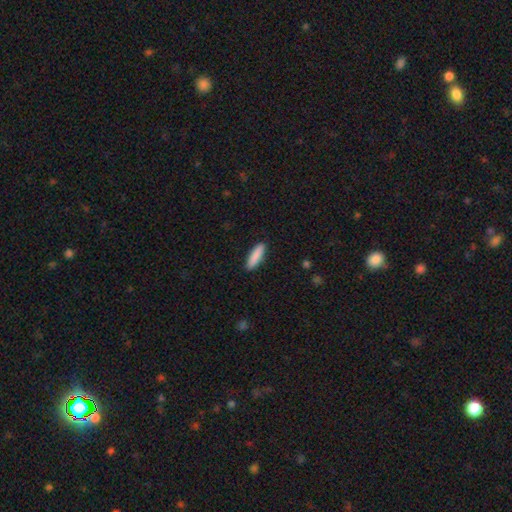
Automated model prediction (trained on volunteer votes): The model was most divided on "how rounded": cigar-shaped: 68%, in between: 30%, round: 1%. More confident: merging — none (90%); smooth or featured — smooth (88%).